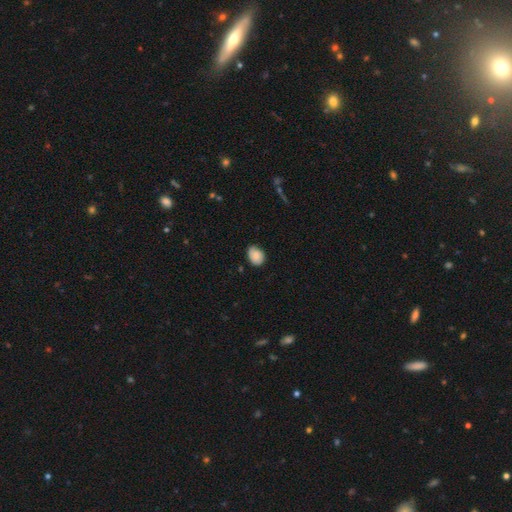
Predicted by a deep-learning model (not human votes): A smooth galaxy with no disk features (81%) that is in between round and cigar-shaped (57%).

Vote fractions:
- Smooth or featured? smooth: 81% / featured or disk: 11% / star or artifact: 8%
- How rounded? in between: 57% / round: 42% / cigar-shaped: 1%
- Merging? none: 70% / minor disturbance: 25% / major disturbance: 4% / merger: 1%